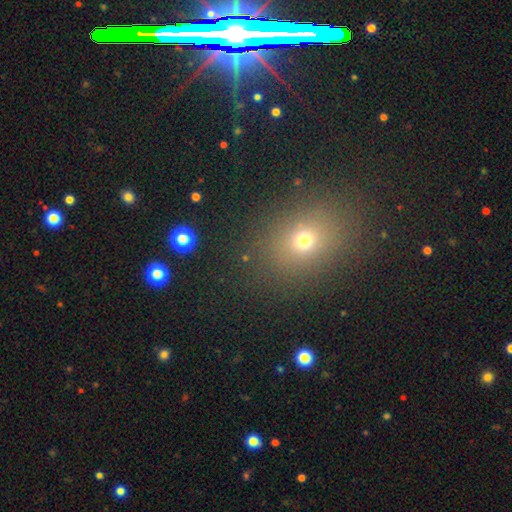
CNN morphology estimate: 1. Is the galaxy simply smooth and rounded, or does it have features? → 49% smooth, 39% star or artifact, 12% featured or disk.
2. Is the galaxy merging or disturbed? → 89% none, 7% minor disturbance, 3% major disturbance, 1% merger.